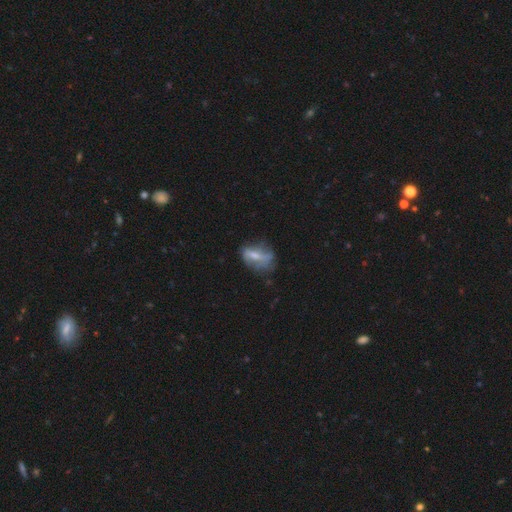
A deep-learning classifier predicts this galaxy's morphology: Smooth or featured? Predicted: featured or disk (p=0.52). Edge-on disk? Predicted: no (p=0.89). Merging? Predicted: none (p=0.43).